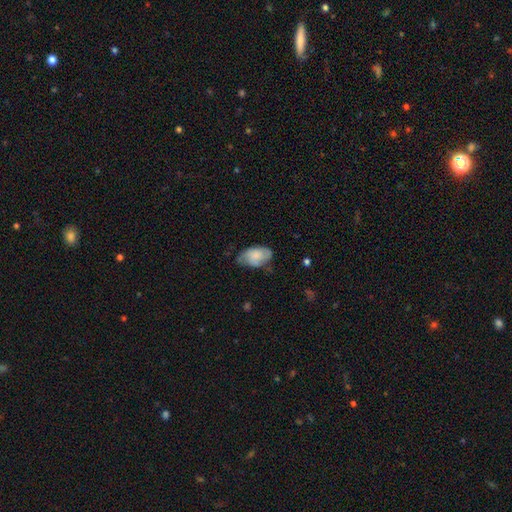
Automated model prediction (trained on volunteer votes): This is likely a smooth galaxy (71%). How rounded: clearly in between (93%). Merging: possibly none (52%).